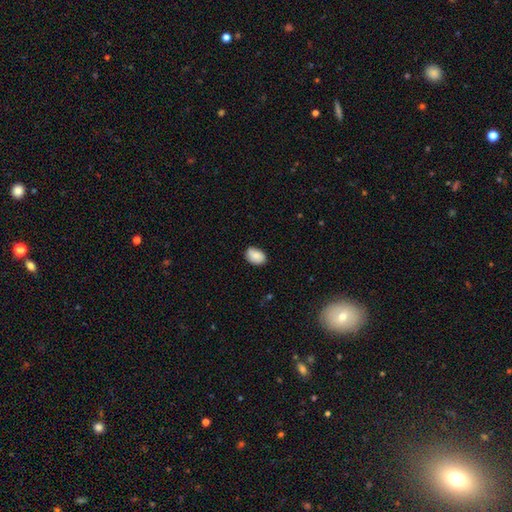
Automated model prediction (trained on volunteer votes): This is clearly a smooth galaxy (82%). How rounded: clearly in between (82%). Merging: likely none (76%).